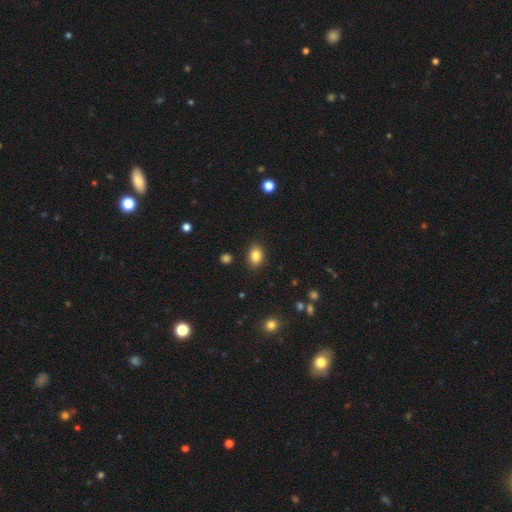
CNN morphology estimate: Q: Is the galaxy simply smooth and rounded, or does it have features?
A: smooth — 84%.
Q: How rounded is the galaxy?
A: in between — 73%.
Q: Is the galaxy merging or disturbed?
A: none — 87%.